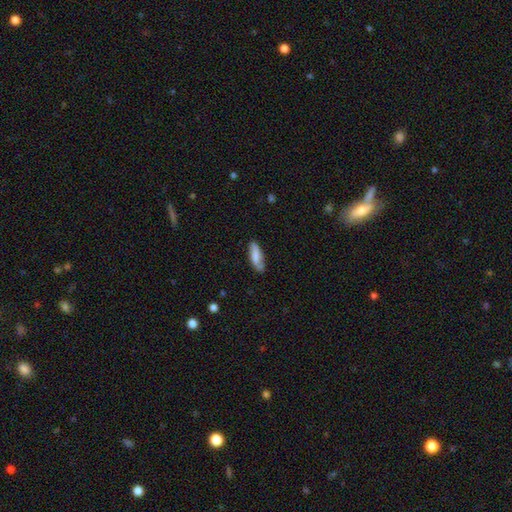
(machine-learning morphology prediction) Smooth or featured: smooth — 74% (featured or disk — 20%)
How rounded: in between — 54% (cigar-shaped — 44%)
Merging: none — 77% (minor disturbance — 18%)